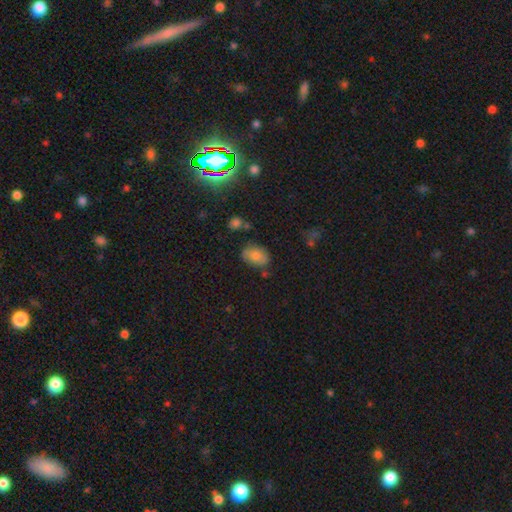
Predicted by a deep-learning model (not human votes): smooth 78%, featured or disk 13%, star or artifact 9%. Down the decision tree: how rounded — in between (81%); merging — none (69%).